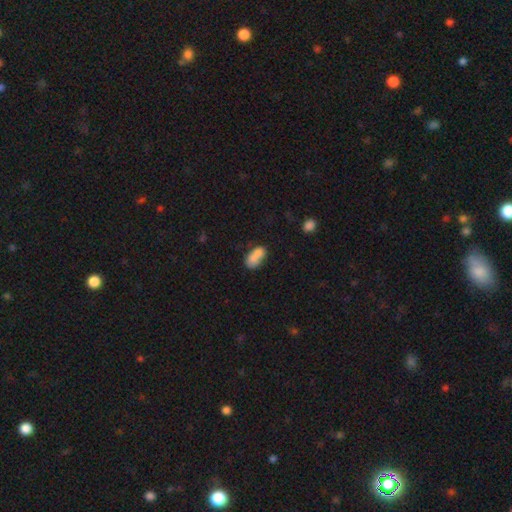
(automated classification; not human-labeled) smooth 78%, featured or disk 13%, star or artifact 9%. Down the decision tree: how rounded — in between (87%); merging — none (38%).